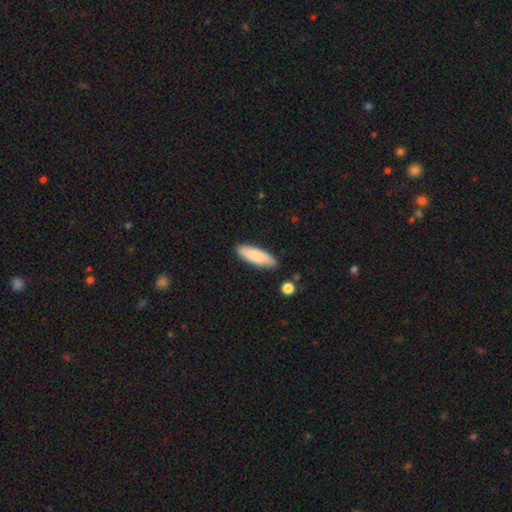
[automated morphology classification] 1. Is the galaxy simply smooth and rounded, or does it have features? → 84% smooth, 10% featured or disk, 6% star or artifact.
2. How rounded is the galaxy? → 54% in between, 45% cigar-shaped, 2% round.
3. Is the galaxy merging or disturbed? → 85% none, 11% minor disturbance, 2% major disturbance, 2% merger.